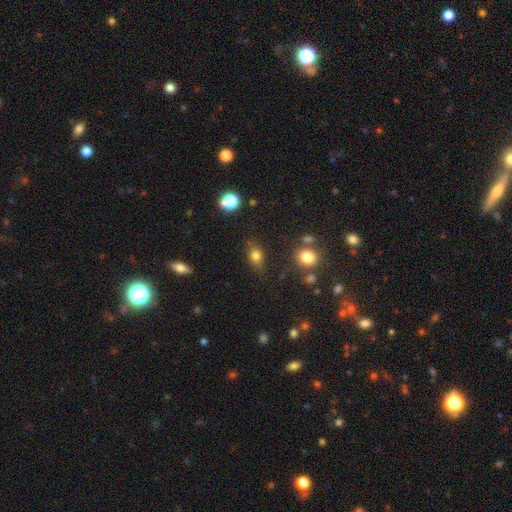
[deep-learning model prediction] Overall: smooth (77%). How rounded: in between (70%). Merging: none (76%).